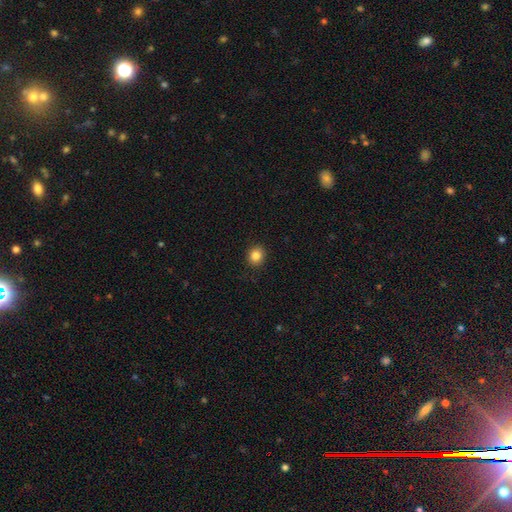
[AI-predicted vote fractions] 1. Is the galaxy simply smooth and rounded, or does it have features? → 84% smooth, 11% star or artifact, 5% featured or disk.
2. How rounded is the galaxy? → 81% round, 18% in between, 1% cigar-shaped.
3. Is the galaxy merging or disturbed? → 91% none, 6% minor disturbance, 2% major disturbance, 1% merger.